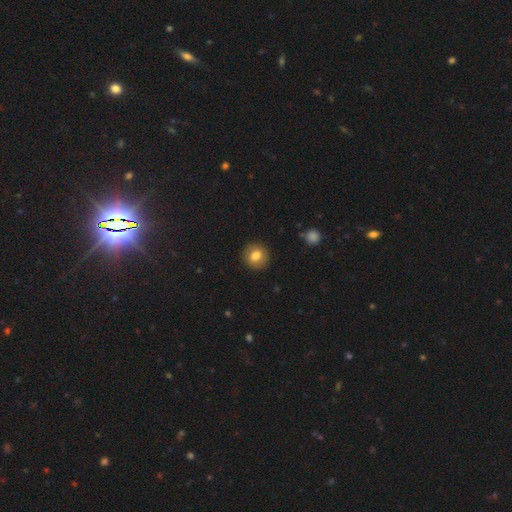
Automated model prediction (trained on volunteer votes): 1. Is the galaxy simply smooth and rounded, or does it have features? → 79% smooth, 12% featured or disk, 9% star or artifact.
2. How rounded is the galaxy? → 88% round, 11% in between, 1% cigar-shaped.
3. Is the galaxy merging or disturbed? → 90% none, 7% minor disturbance, 2% major disturbance, 1% merger.